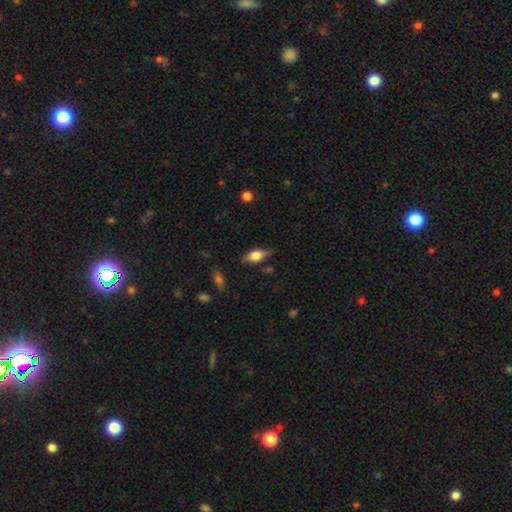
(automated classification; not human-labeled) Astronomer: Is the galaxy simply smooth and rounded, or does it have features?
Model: smooth — 65%.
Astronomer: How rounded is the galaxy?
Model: in between — 80%.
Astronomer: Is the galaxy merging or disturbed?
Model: none — 77%.